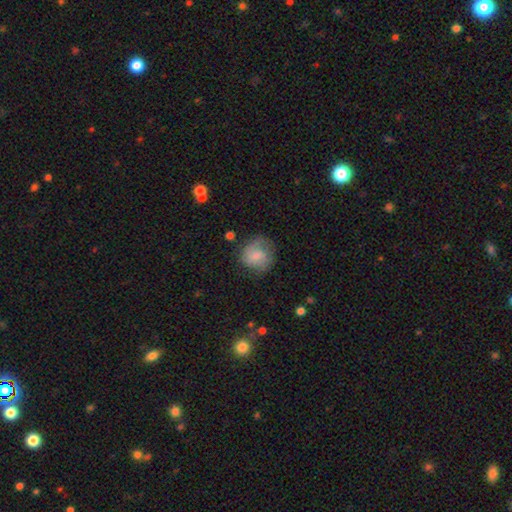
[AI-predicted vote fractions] smooth 68%, featured or disk 24%, star or artifact 8%. Down the decision tree: how rounded — round (80%); merging — none (61%).